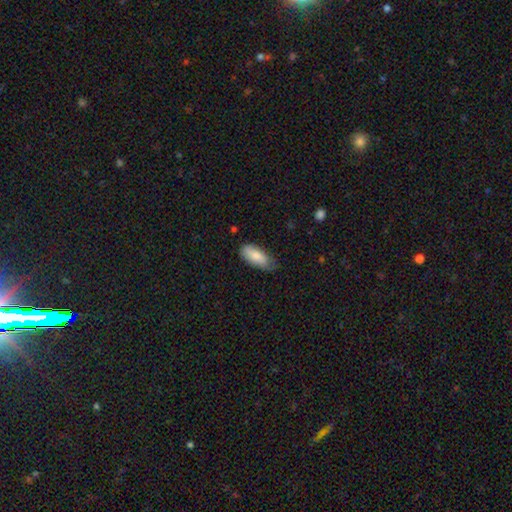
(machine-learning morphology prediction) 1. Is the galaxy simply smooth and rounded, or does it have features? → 83% smooth, 11% featured or disk, 6% star or artifact.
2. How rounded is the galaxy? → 86% in between, 12% cigar-shaped, 2% round.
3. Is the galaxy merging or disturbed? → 58% none, 34% minor disturbance, 6% major disturbance, 2% merger.